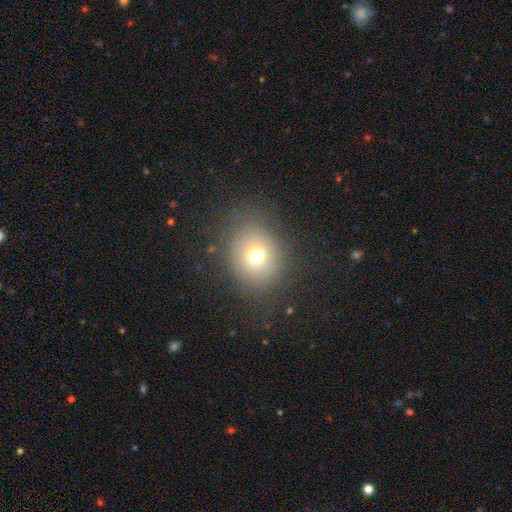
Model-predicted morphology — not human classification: smooth_or_featured: smooth (p=0.69) [alt: star or artifact p=0.17]
how_rounded: round (p=0.76) [alt: in between p=0.24]
merging: none (p=0.76) [alt: minor disturbance p=0.13]